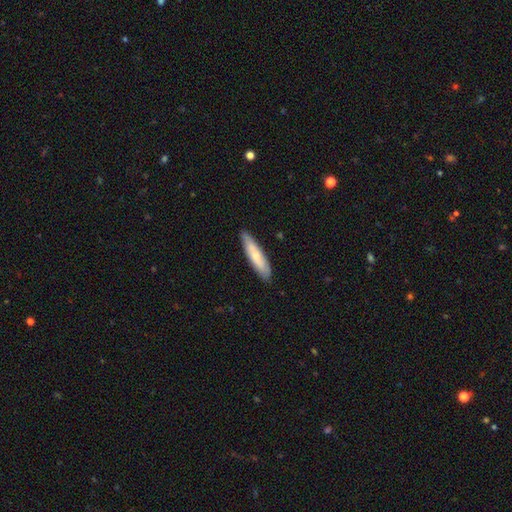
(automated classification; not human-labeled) smooth 64%, featured or disk 31%, star or artifact 5%. Down the decision tree: how rounded — cigar-shaped (78%); merging — none (85%).